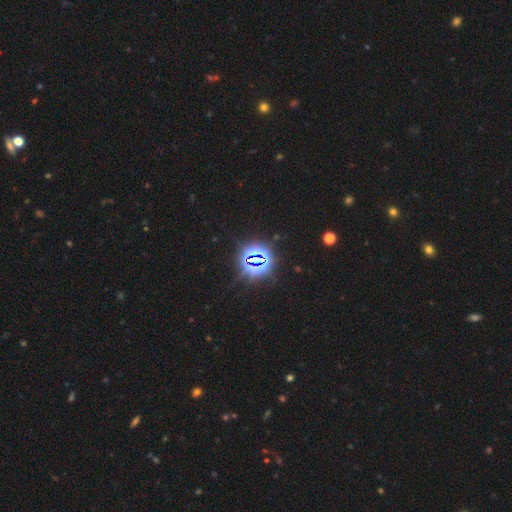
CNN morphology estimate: Q: Smooth or featured?
A: star or artifact (81%); runner-up: smooth (12%)